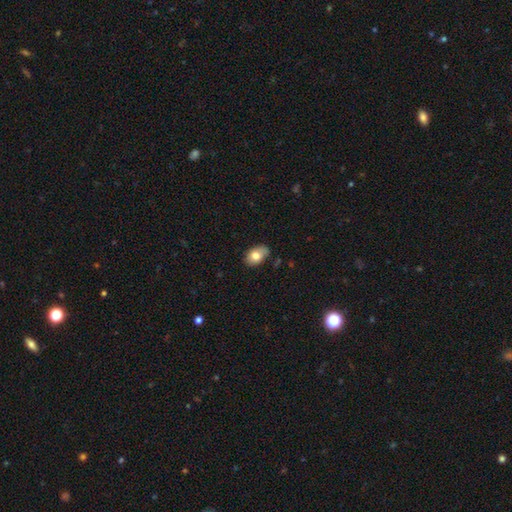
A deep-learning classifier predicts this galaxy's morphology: The model was most divided on "merging": none: 68%, minor disturbance: 25%, major disturbance: 4%, merger: 2%. More confident: how rounded — in between (86%); smooth or featured — smooth (79%).